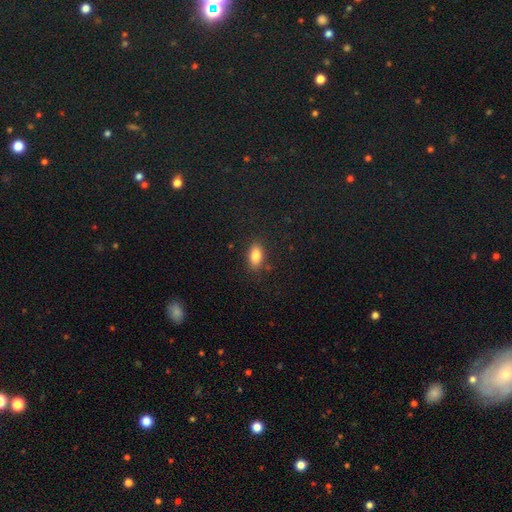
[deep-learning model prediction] smooth-or-featured: smooth: 84% | star or artifact: 9% | featured or disk: 7%
  how-rounded: in between: 89% | round: 7% | cigar-shaped: 5%
  merging: none: 85% | minor disturbance: 11% | major disturbance: 3% | merger: 2%